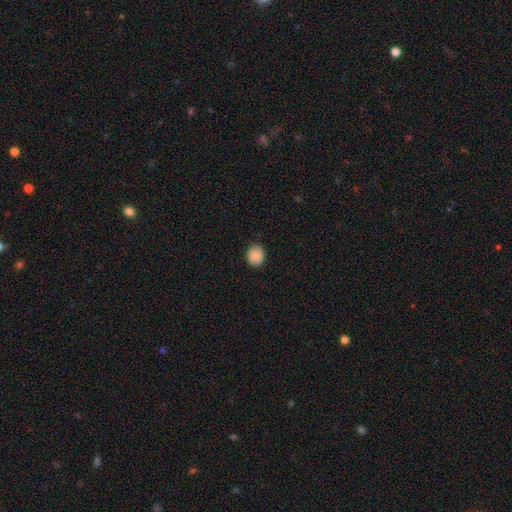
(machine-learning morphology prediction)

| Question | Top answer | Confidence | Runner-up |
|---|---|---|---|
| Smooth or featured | smooth | 88% | star or artifact (8%) |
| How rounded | round | 71% | in between (28%) |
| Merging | none | 86% | minor disturbance (11%) |